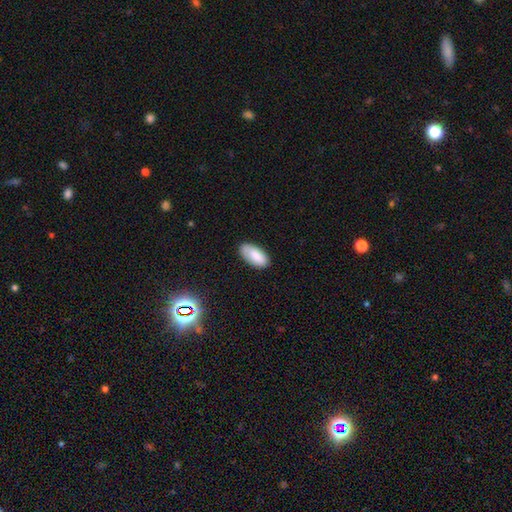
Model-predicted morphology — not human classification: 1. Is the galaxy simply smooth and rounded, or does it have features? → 85% smooth, 9% featured or disk, 7% star or artifact.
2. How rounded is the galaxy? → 92% in between, 6% cigar-shaped, 2% round.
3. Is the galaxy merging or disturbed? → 82% none, 14% minor disturbance, 3% major disturbance, 1% merger.